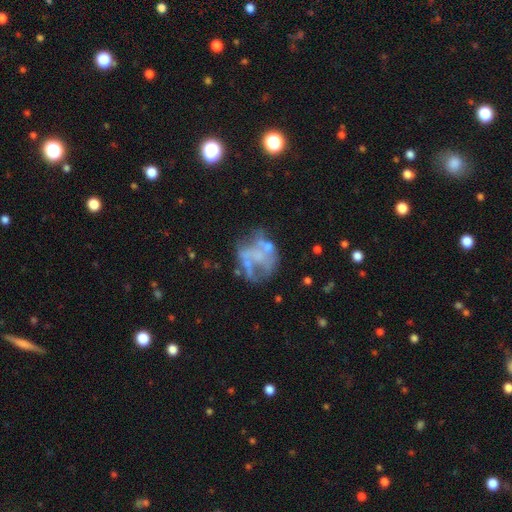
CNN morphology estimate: Smooth or featured: featured or disk — 65% (smooth — 23%)
Edge-on disk: no — 98% (yes — 2%)
Bar: no — 86% (weak — 11%)
Spiral arms: no — 82% (yes — 18%)
Bulge size: none — 70% (small — 15%)
Merging: none — 38% (major disturbance — 29%)